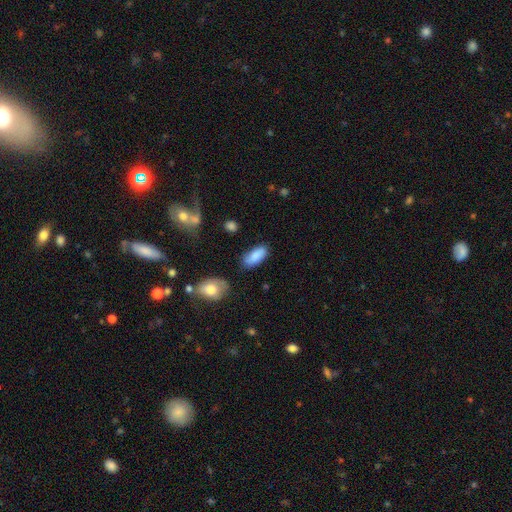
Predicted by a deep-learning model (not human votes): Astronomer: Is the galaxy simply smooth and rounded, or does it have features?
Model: smooth — 85%.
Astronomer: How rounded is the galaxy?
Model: in between — 89%.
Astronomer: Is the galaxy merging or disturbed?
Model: none — 78%.